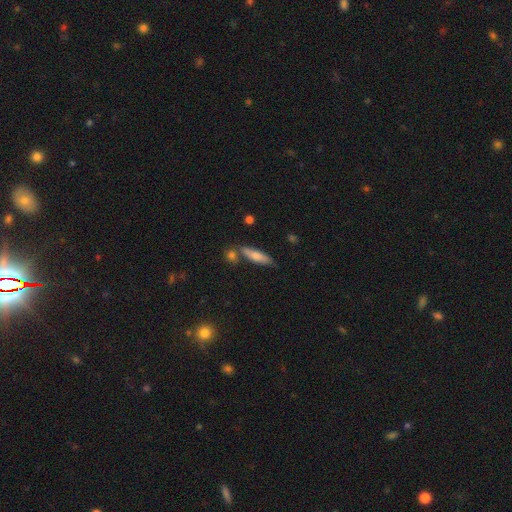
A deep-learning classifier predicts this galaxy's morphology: Smooth or featured: smooth — 71% (featured or disk — 23%)
How rounded: cigar-shaped — 70% (in between — 28%)
Merging: none — 71% (minor disturbance — 14%)